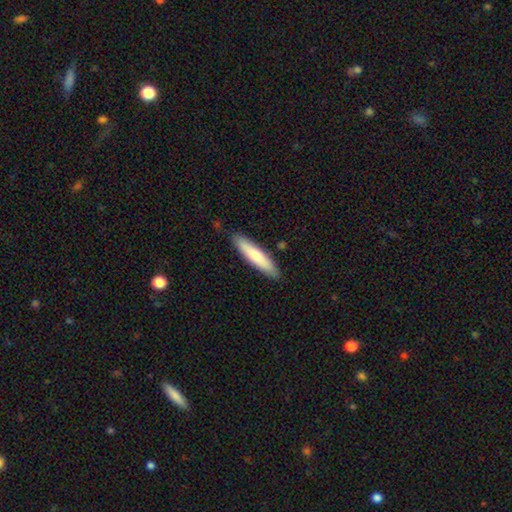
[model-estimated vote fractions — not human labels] A smooth galaxy with no disk features (75%) that is cigar-shaped (83%). Merging: none (87%).